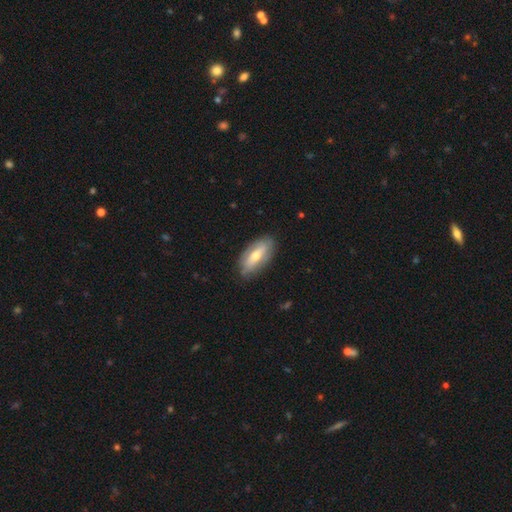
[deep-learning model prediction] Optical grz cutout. It shows a smooth galaxy with no disk features (48%). Merging: none (80%).